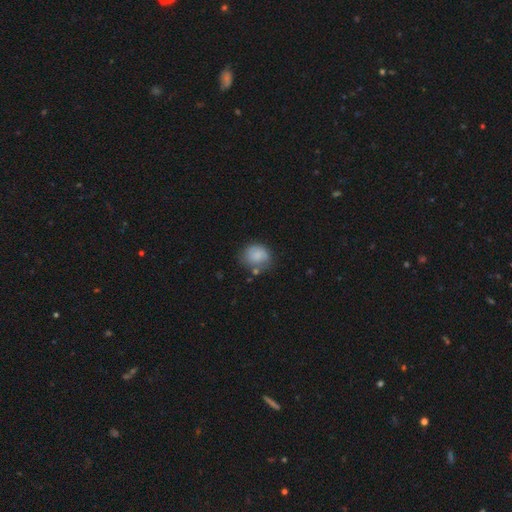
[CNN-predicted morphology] Smooth or featured? smooth (82%)
How rounded? round (63%)
Merging? none (59%)